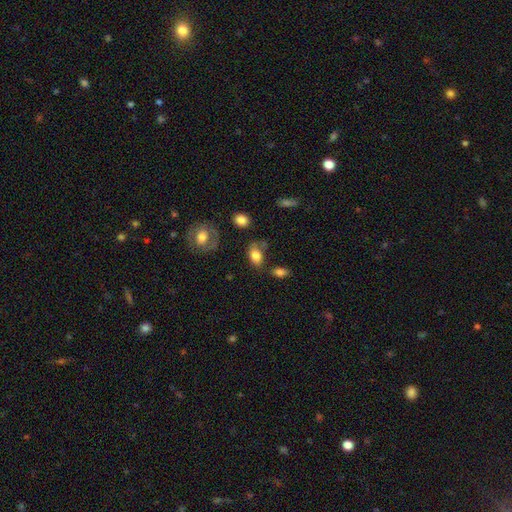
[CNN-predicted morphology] A smooth galaxy with no disk features (81%) that is in between round and cigar-shaped (85%). Merging: none (57%).